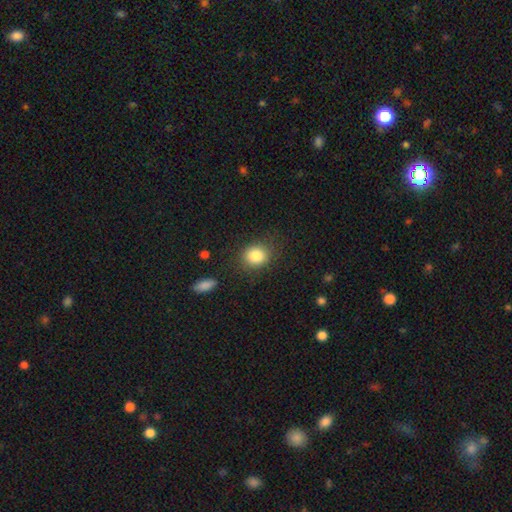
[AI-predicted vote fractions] A smooth galaxy with no disk features (84%) that is round (70%).

Vote fractions:
- Smooth or featured? smooth: 84% / star or artifact: 10% / featured or disk: 7%
- How rounded? round: 70% / in between: 29% / cigar-shaped: 1%
- Merging? none: 82% / minor disturbance: 12% / major disturbance: 4% / merger: 2%